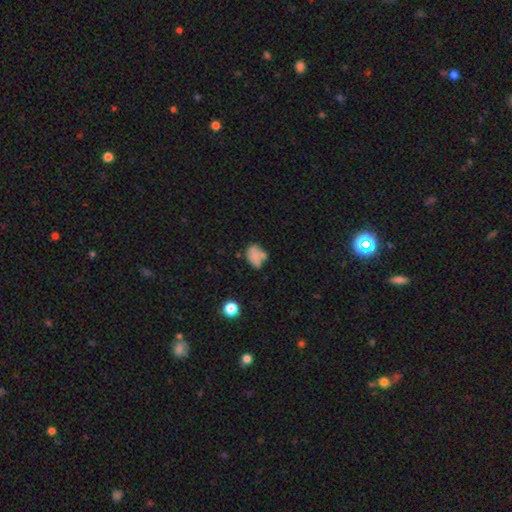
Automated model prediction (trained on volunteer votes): Smooth or featured?
  - smooth: 70% *
  - featured or disk: 19%
  - star or artifact: 11%
How rounded?
  - in between: 74% *
  - round: 24%
  - cigar-shaped: 2%
Merging?
  - none: 40% *
  - merger: 25%
  - minor disturbance: 24%
  - major disturbance: 12%